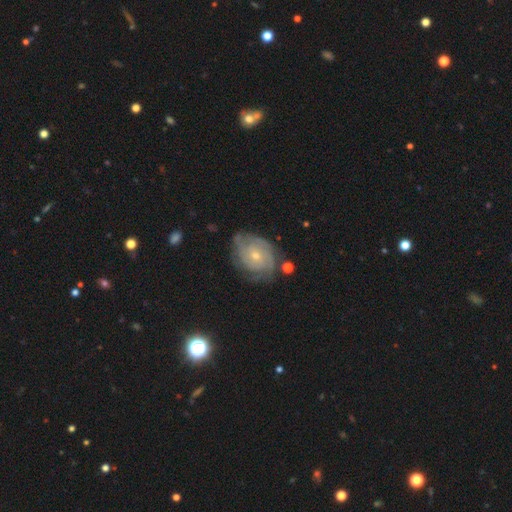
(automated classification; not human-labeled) smooth_or_featured: featured or disk (p=0.80) [alt: smooth p=0.14]
disk_edge_on: no (p=0.97) [alt: yes p=0.03]
bar: no (p=0.78) [alt: weak p=0.19]
has_spiral_arms: yes (p=0.92) [alt: no p=0.08]
spiral_winding: tight (p=0.67) [alt: medium p=0.26]
spiral_arm_count: can't tell (p=0.37) [alt: 3 p=0.21]
bulge_size: small (p=0.62) [alt: moderate p=0.34]
merging: none (p=0.67) [alt: minor disturbance p=0.22]